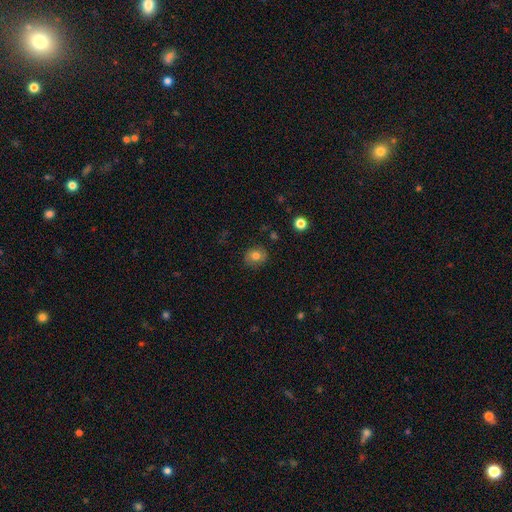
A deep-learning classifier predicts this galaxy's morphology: smooth_or_featured: smooth (p=0.78) [alt: featured or disk p=0.11]
how_rounded: round (p=0.71) [alt: in between p=0.28]
merging: none (p=0.85) [alt: minor disturbance p=0.11]